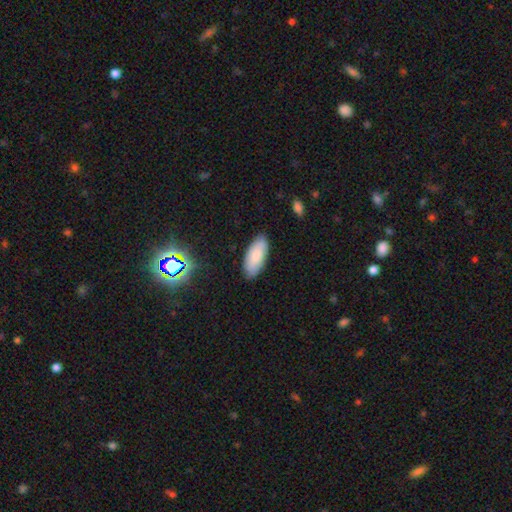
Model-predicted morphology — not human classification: This appears to be a smooth galaxy with no disk features (78%) that is in between round and cigar-shaped (88%). Merging: none (83%).